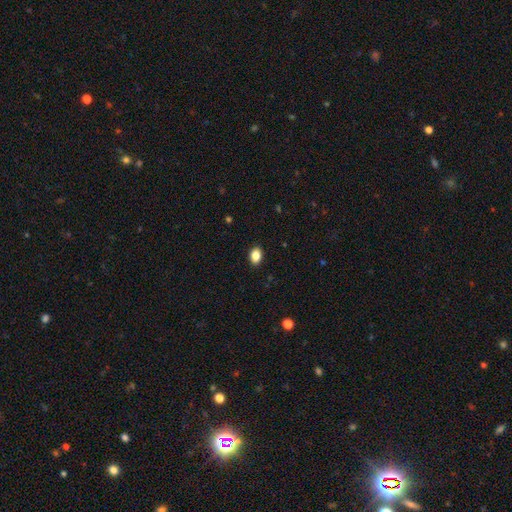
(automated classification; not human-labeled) This is clearly a smooth galaxy (87%). How rounded: likely in between (79%). Merging: clearly none (90%).